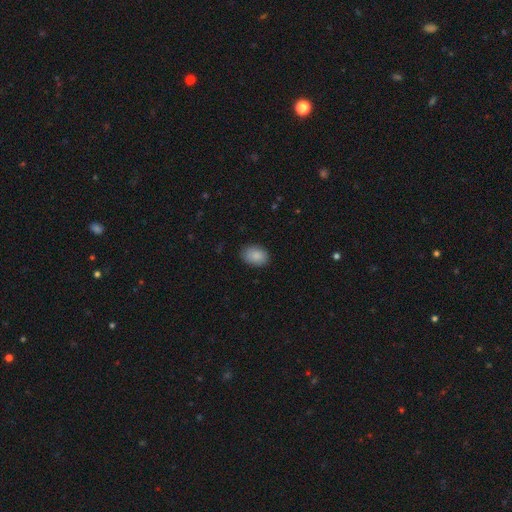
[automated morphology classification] This is clearly a smooth galaxy (88%). How rounded: clearly in between (82%). Merging: clearly none (85%).